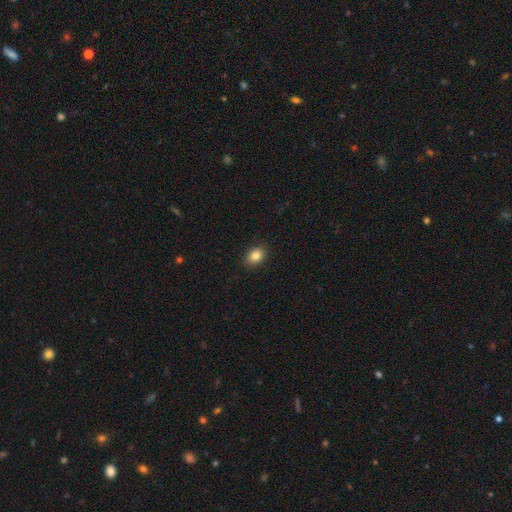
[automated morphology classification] Smooth or featured?
  - smooth: 85% *
  - star or artifact: 10%
  - featured or disk: 6%
How rounded?
  - in between: 62% *
  - round: 37%
  - cigar-shaped: 1%
Merging?
  - none: 88% *
  - minor disturbance: 9%
  - major disturbance: 2%
  - merger: 1%